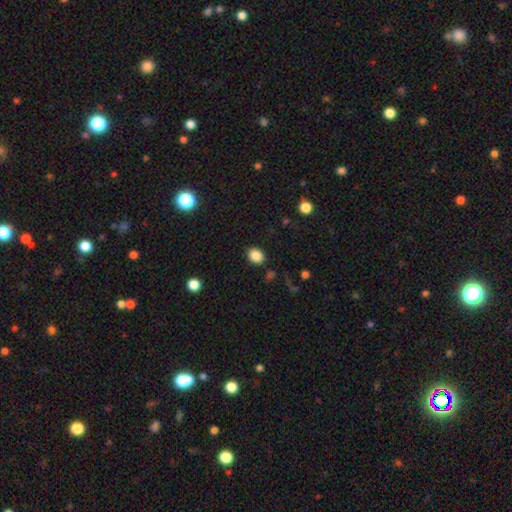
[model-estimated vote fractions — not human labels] smooth-or-featured: smooth: 86% | star or artifact: 10% | featured or disk: 4%
  how-rounded: in between: 55% | round: 44% | cigar-shaped: 1%
  merging: none: 86% | minor disturbance: 9% | major disturbance: 3% | merger: 2%